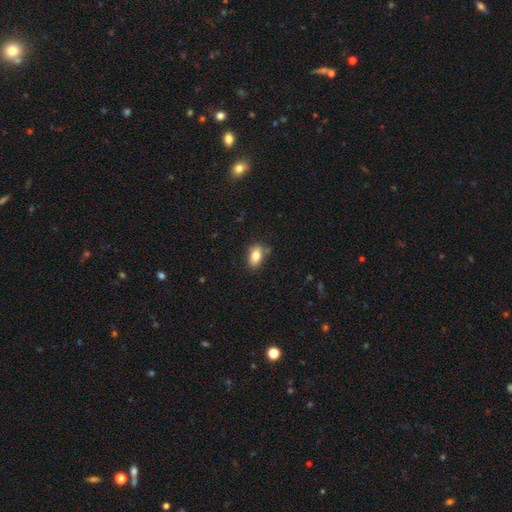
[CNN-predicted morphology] A smooth galaxy with no disk features (80%) that is in between round and cigar-shaped (85%). Merging: none (77%).